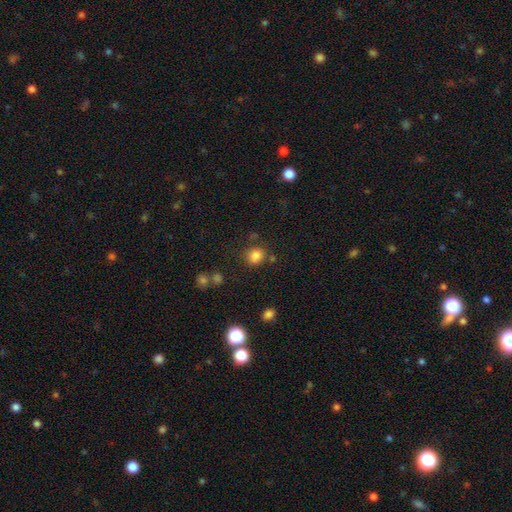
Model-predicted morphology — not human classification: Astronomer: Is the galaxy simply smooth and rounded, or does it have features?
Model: smooth — 81%.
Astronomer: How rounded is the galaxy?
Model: round — 75%.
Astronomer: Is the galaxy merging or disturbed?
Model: none — 73%.